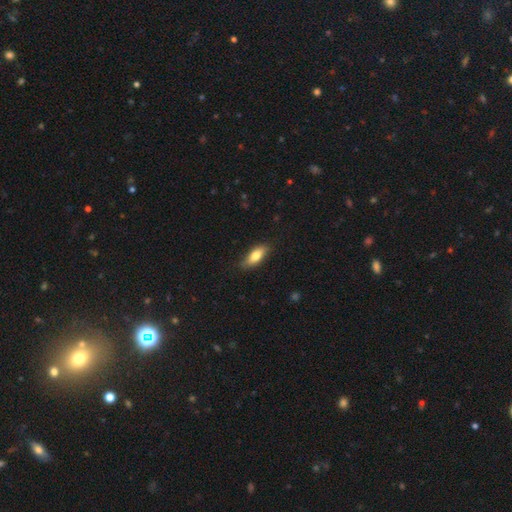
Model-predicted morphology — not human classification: Smooth or featured?
  - smooth: 76% *
  - featured or disk: 18%
  - star or artifact: 6%
How rounded?
  - in between: 74% *
  - cigar-shaped: 23%
  - round: 3%
Merging?
  - none: 81% *
  - minor disturbance: 15%
  - major disturbance: 3%
  - merger: 1%